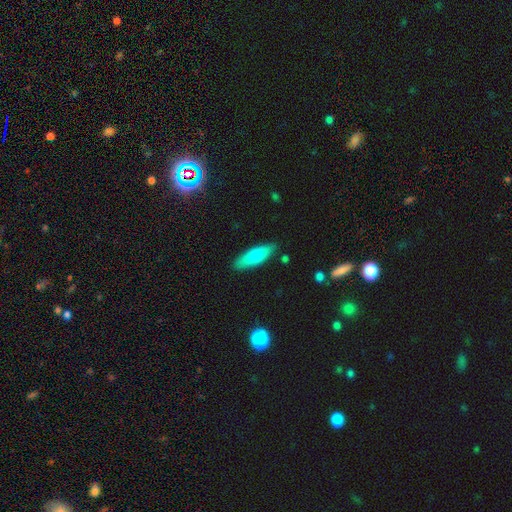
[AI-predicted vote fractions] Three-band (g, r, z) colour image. It shows a smooth galaxy with no disk features (72%) that is cigar-shaped (51%). Merging: none (87%).